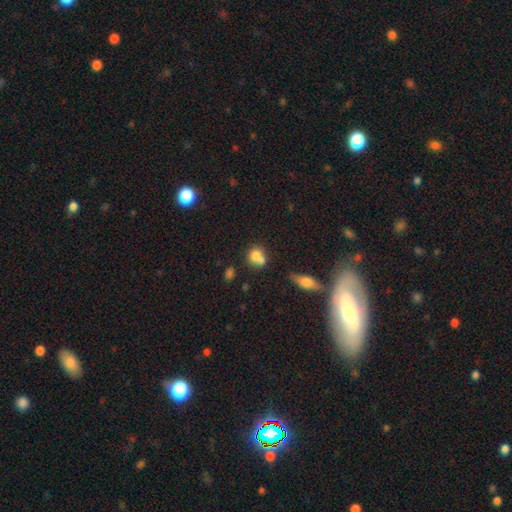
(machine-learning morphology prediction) smooth_or_featured: smooth (p=0.73) [alt: featured or disk p=0.17]
how_rounded: round (p=0.68) [alt: in between p=0.30]
merging: merger (p=0.49) [alt: none p=0.36]